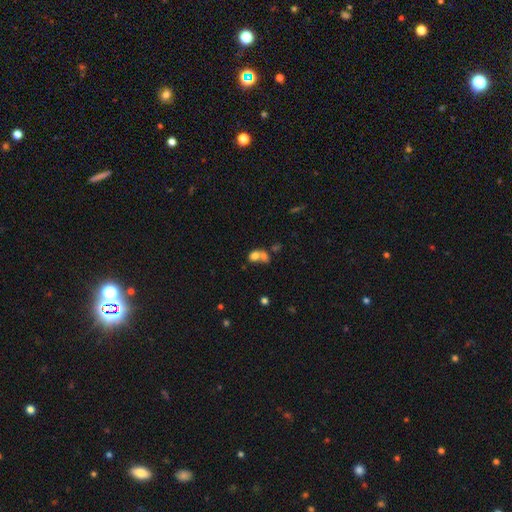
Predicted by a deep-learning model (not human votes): The model was most divided on "how rounded" (2-way tie): in between: 49%, round: 49%, cigar-shaped: 2%. More confident: smooth or featured — smooth (71%); merging — merger (65%).